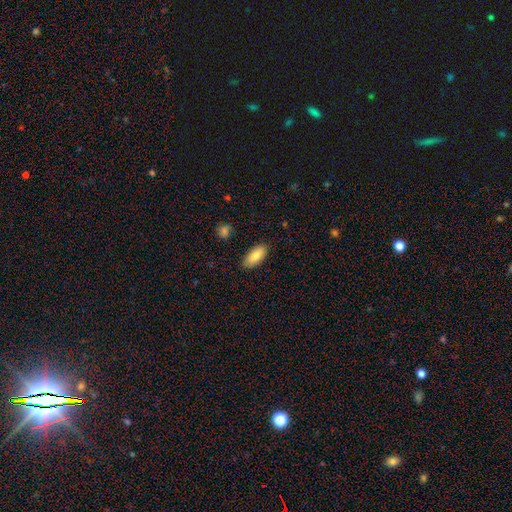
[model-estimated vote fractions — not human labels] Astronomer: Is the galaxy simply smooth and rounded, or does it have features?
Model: smooth — 83%.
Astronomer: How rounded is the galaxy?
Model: in between — 89%.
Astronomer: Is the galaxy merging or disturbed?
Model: none — 86%.